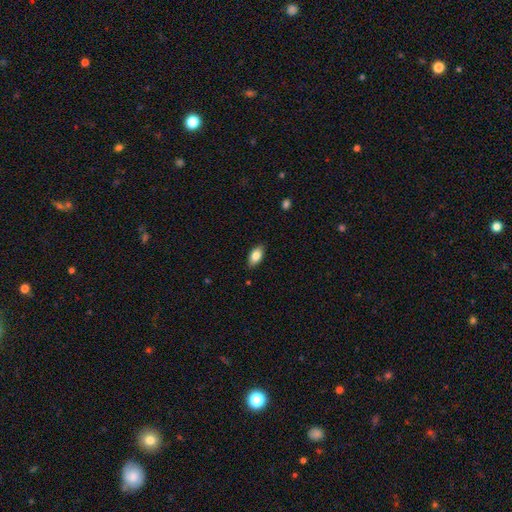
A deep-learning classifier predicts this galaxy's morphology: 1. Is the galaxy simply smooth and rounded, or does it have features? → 80% smooth, 13% featured or disk, 7% star or artifact.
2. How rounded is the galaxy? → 91% in between, 6% cigar-shaped, 4% round.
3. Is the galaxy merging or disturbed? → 86% none, 11% minor disturbance, 2% major disturbance, 1% merger.